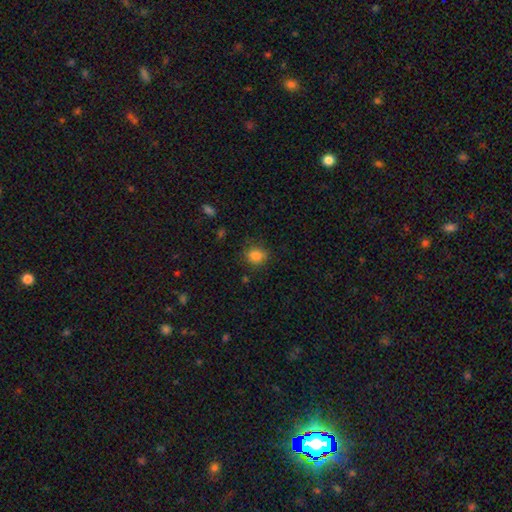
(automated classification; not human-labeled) smooth-or-featured: smooth: 84% | star or artifact: 11% | featured or disk: 5%
  how-rounded: round: 69% | in between: 30% | cigar-shaped: 1%
  merging: none: 80% | minor disturbance: 15% | major disturbance: 4% | merger: 2%